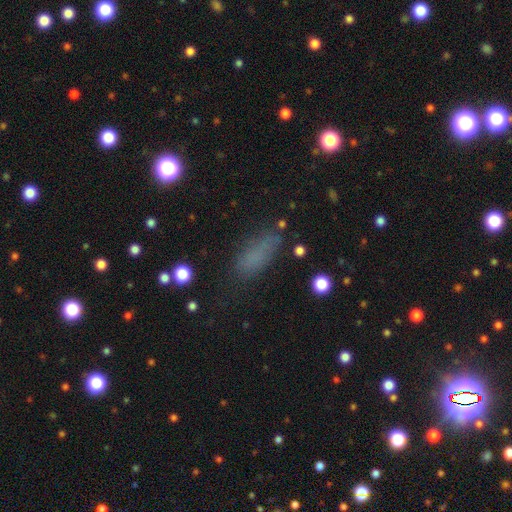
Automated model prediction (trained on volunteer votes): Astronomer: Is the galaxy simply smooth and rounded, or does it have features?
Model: smooth — 73%.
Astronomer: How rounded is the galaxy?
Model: in between — 66%.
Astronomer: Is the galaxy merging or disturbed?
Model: none — 67%.